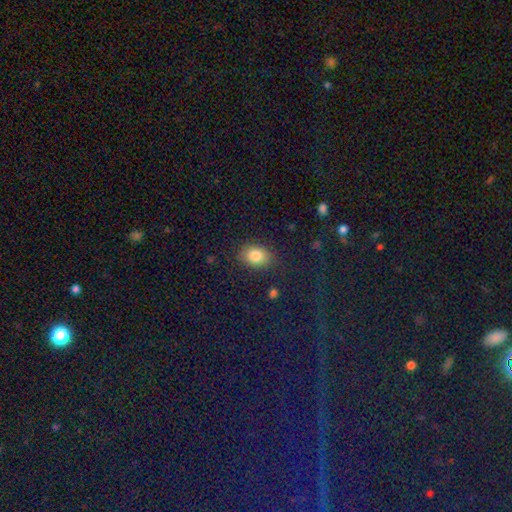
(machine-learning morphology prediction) This appears to be a smooth galaxy with no disk features (83%) that is in between round and cigar-shaped (69%). Merging: none (83%).